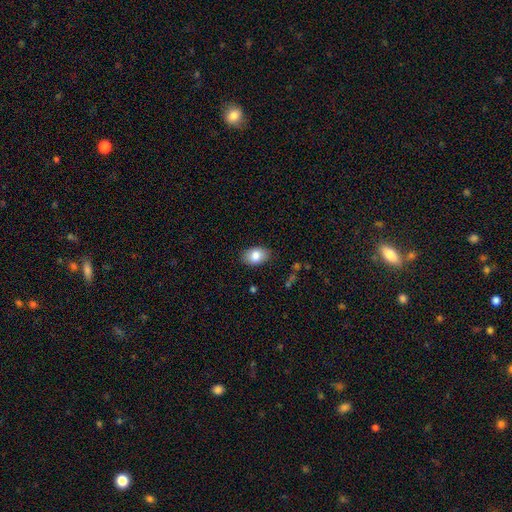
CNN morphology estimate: smooth-or-featured: smooth: 83% | featured or disk: 9% | star or artifact: 7%
  how-rounded: in between: 86% | round: 12% | cigar-shaped: 1%
  merging: none: 85% | minor disturbance: 11% | major disturbance: 2% | merger: 1%